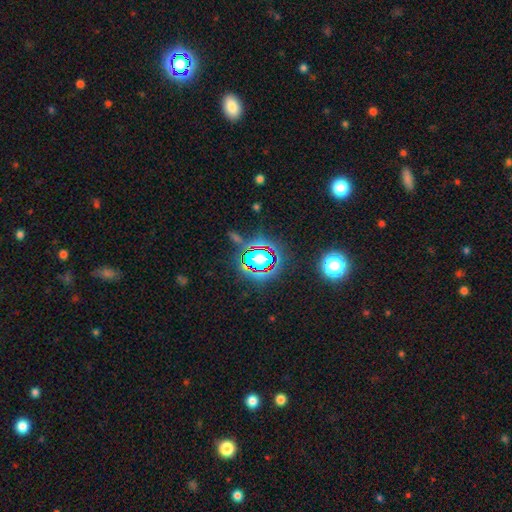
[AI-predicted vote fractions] Smooth or featured?
  - star or artifact: 79% *
  - smooth: 13%
  - featured or disk: 8%